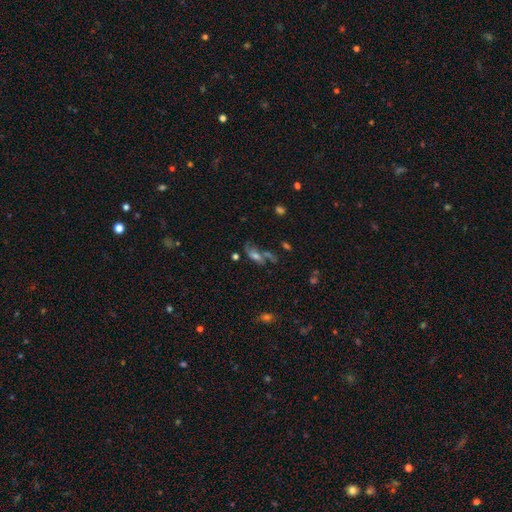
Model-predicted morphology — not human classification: smooth-or-featured: featured or disk: 47% | smooth: 38% | star or artifact: 15%
  merging: none: 40% | merger: 21% | minor disturbance: 20% | major disturbance: 19%